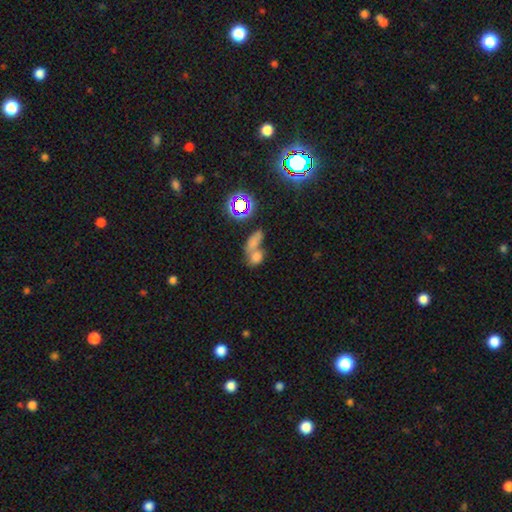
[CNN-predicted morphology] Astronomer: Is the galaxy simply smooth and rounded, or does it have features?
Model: smooth — 66%.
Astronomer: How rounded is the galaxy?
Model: in between — 71%.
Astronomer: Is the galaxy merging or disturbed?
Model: merger — 66%.